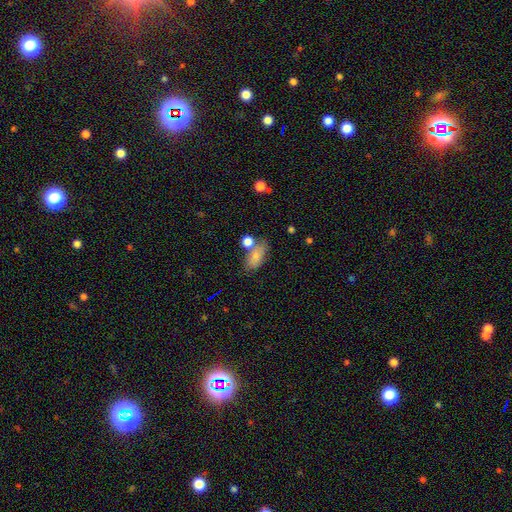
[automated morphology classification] smooth_or_featured: smooth (p=0.77) [alt: featured or disk p=0.14]
how_rounded: in between (p=0.86) [alt: round p=0.09]
merging: none (p=0.52) [alt: merger p=0.22]